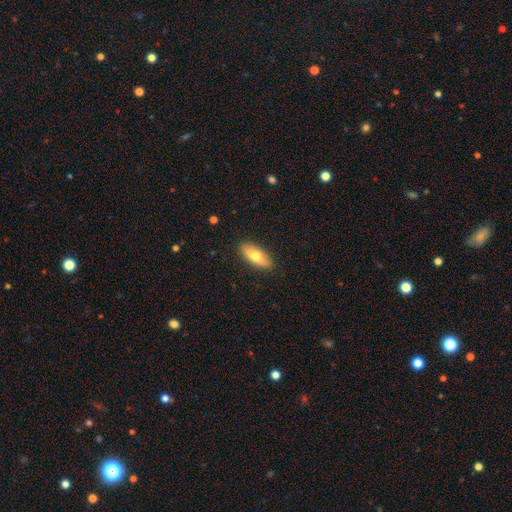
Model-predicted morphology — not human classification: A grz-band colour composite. It shows a smooth galaxy with no disk features (69%) that is in between round and cigar-shaped (76%). Merging: none (88%).